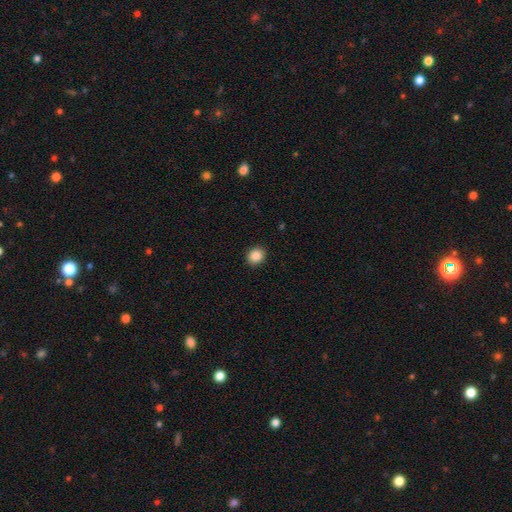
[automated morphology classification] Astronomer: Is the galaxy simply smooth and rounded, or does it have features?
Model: smooth — 87%.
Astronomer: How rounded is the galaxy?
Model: round — 78%.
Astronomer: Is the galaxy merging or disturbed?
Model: none — 92%.